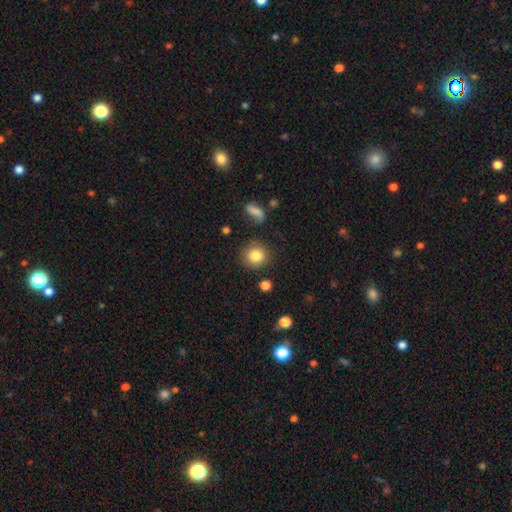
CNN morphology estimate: This appears to be a smooth galaxy with no disk features (84%) that is round (88%). Merging: none (84%).